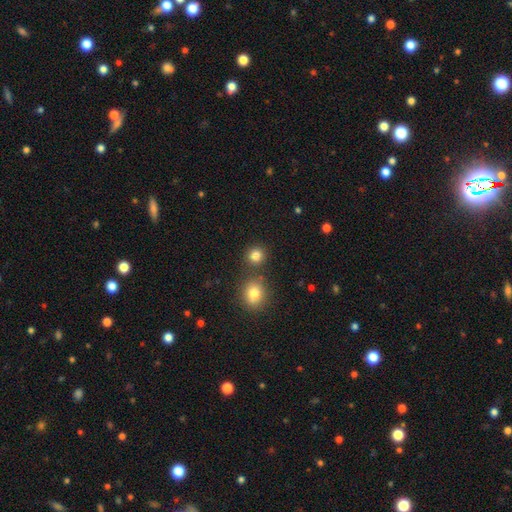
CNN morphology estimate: This appears to be a smooth galaxy with no disk features (83%) that is round (87%). Merging: none (80%).